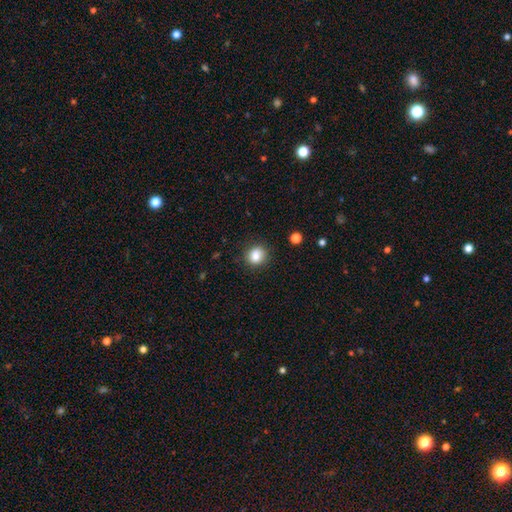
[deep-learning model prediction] Smooth or featured: smooth — 84% (star or artifact — 10%)
How rounded: round — 76% (in between — 23%)
Merging: none — 85% (minor disturbance — 10%)